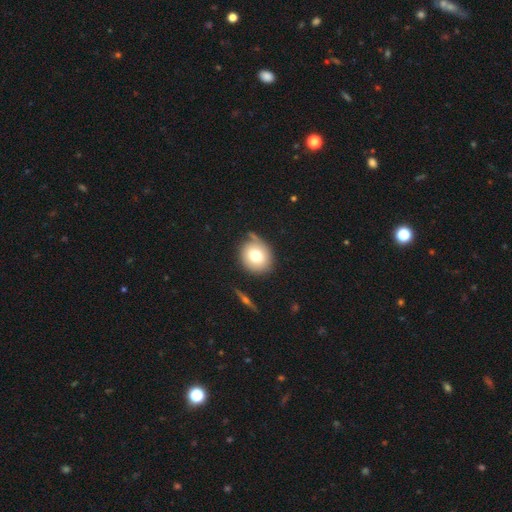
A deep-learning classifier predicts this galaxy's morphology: Smooth or featured? smooth (73%)
How rounded? round (74%)
Merging? none (71%)